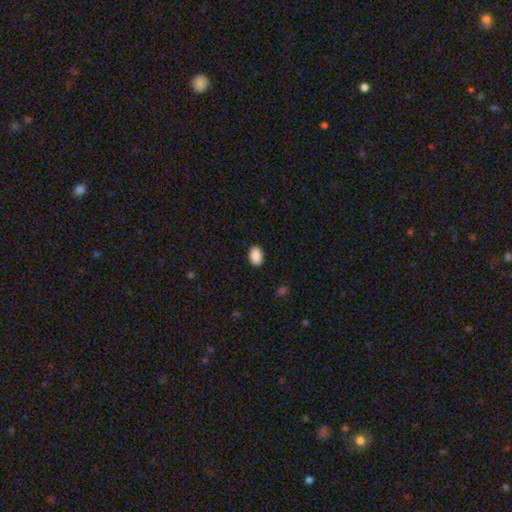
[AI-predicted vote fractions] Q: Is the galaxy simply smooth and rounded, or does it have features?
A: smooth — 90%.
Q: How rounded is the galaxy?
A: in between — 85%.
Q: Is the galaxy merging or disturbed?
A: none — 89%.